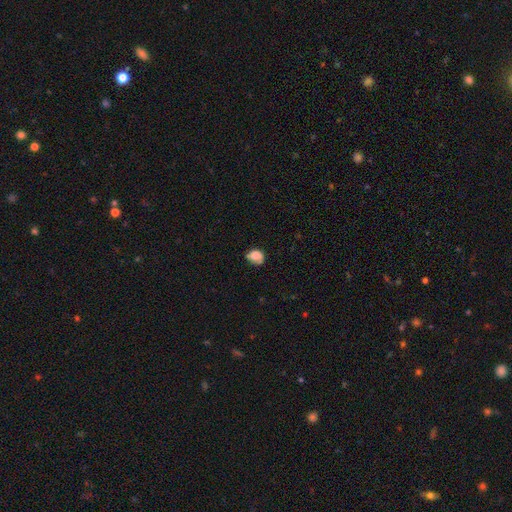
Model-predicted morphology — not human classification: The model was most divided on "merging": none: 48%, minor disturbance: 34%, major disturbance: 14%, merger: 4%. More confident: smooth or featured — smooth (74%); how rounded — in between (57%).